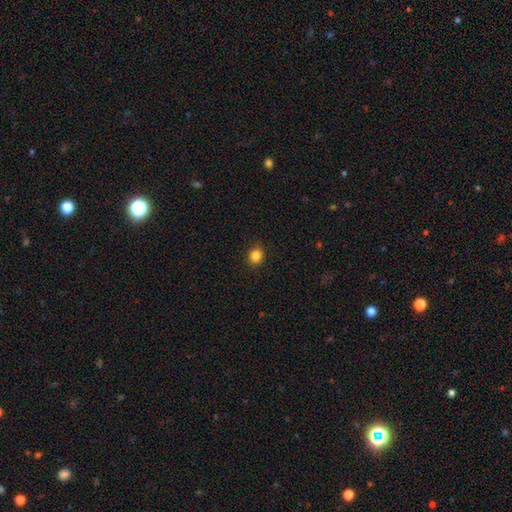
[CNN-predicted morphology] A smooth galaxy with no disk features (85%) that is round (73%).

Vote fractions:
- Smooth or featured? smooth: 85% / star or artifact: 11% / featured or disk: 4%
- How rounded? round: 73% / in between: 26% / cigar-shaped: 1%
- Merging? none: 91% / minor disturbance: 6% / major disturbance: 2% / merger: 1%